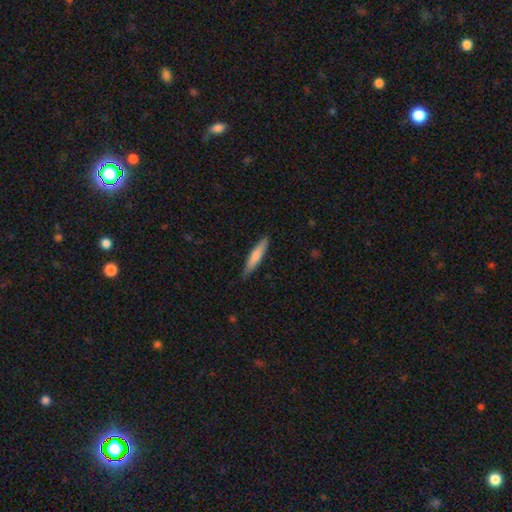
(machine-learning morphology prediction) Smooth or featured? Predicted: smooth (p=0.71). How rounded? Predicted: cigar-shaped (p=0.88). Merging? Predicted: none (p=0.85).